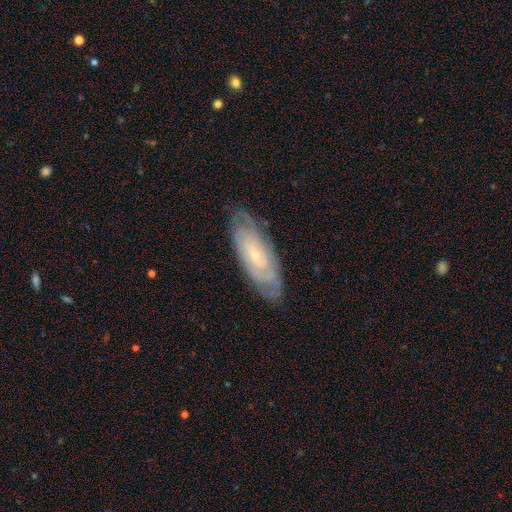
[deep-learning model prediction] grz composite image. It shows a featured or disk galaxy (73%) with no bar (71%), tight (76%) spiral arms (86%) and a small central bulge (78%). Merging: none (79%).